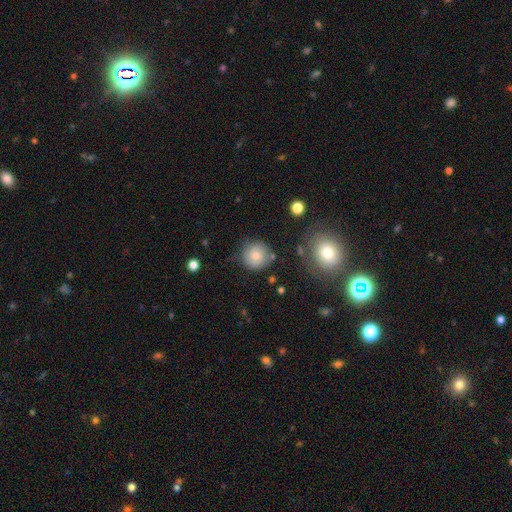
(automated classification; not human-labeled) This is likely a smooth galaxy (71%). How rounded: clearly round (91%). Merging: likely none (74%).